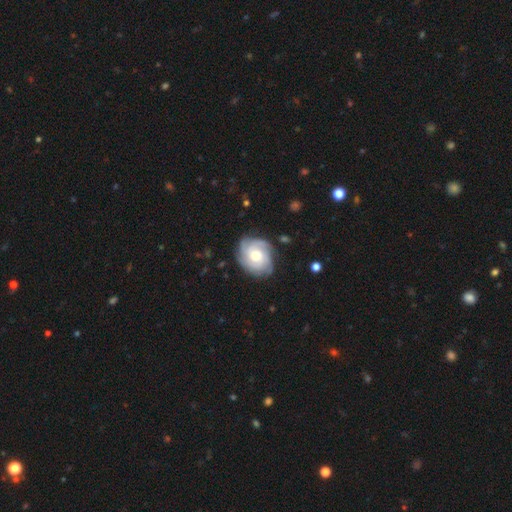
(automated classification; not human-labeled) Smooth or featured?
  - featured or disk: 78% *
  - smooth: 16%
  - star or artifact: 6%
Edge-on disk?
  - no: 97% *
  - yes: 3%
Bar?
  - no: 76% *
  - weak: 21%
  - strong: 3%
Spiral arms?
  - yes: 96% *
  - no: 4%
Spiral winding?
  - tight: 64% *
  - medium: 29%
  - loose: 7%
Spiral arm count?
  - 3: 29% *
  - 4: 25%
  - can't tell: 25%
  - 2: 9%
  - more than 4: 7%
  - 1: 6%
Bulge size?
  - moderate: 70% *
  - small: 18%
  - large: 10%
  - none: 1%
  - dominant: 1%
Merging?
  - none: 76% *
  - minor disturbance: 17%
  - major disturbance: 5%
  - merger: 1%